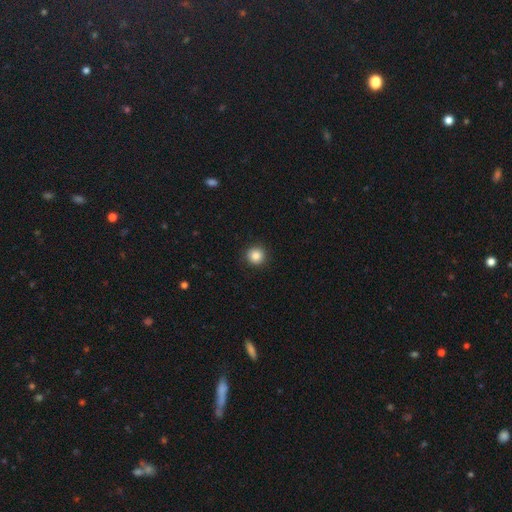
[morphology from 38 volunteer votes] A smooth galaxy with no disk features (95%) that is round (100%). Merging: none (92%).